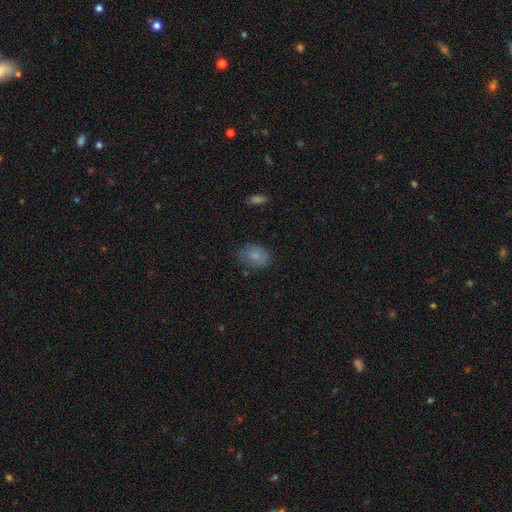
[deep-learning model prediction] smooth 81%, star or artifact 9%, featured or disk 9%. Down the decision tree: how rounded — in between (69%); merging — none (70%).